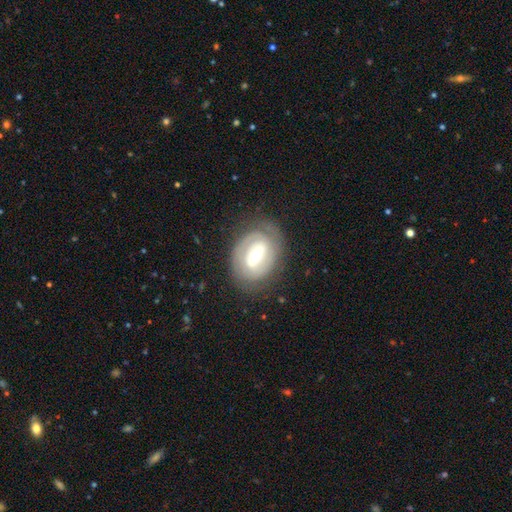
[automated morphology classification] type=featured or disk (75%); edge-on=no (95%); bar=strong (43%); spiral arms=yes (70%); bulge=moderate (57%); merging=none (74%).